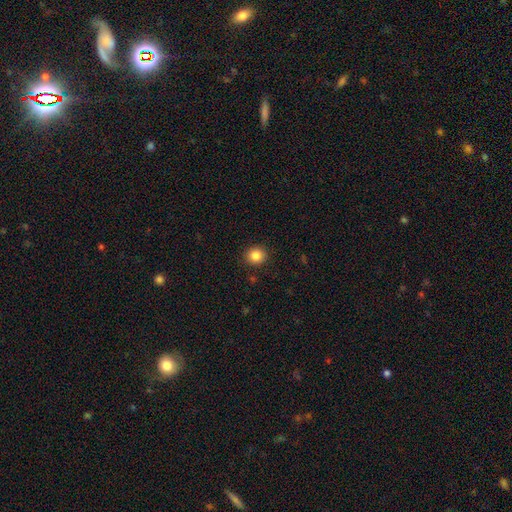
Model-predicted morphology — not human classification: Smooth or featured?
  - smooth: 85% *
  - star or artifact: 10%
  - featured or disk: 4%
How rounded?
  - round: 85% *
  - in between: 14%
  - cigar-shaped: 1%
Merging?
  - none: 91% *
  - minor disturbance: 6%
  - major disturbance: 2%
  - merger: 1%